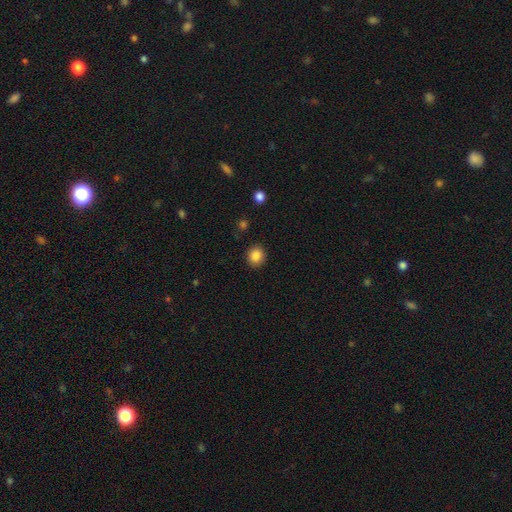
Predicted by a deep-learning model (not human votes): Overall: smooth (87%). How rounded: round (78%). Merging: none (90%).